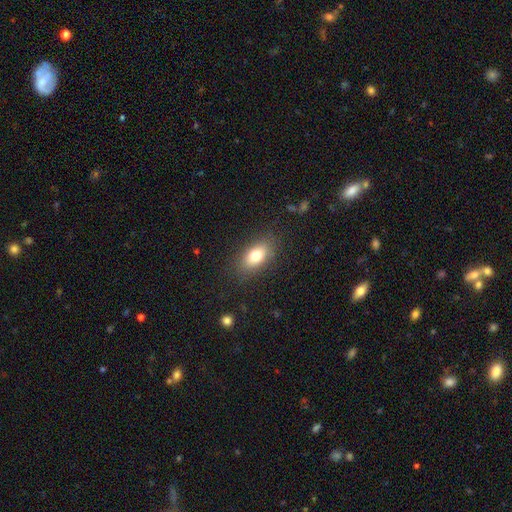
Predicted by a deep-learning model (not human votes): Smooth or featured? Predicted: smooth (p=0.77). How rounded? Predicted: in between (p=0.85). Merging? Predicted: none (p=0.84).